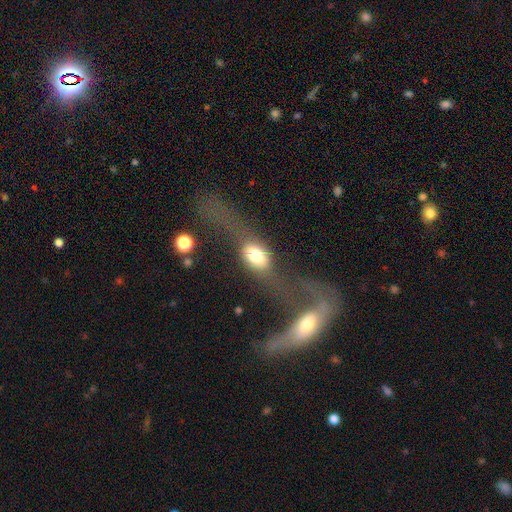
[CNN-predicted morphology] Smooth or featured: smooth — 54% (featured or disk — 37%)
How rounded: in between — 71% (round — 19%)
Merging: none — 42% (major disturbance — 31%)